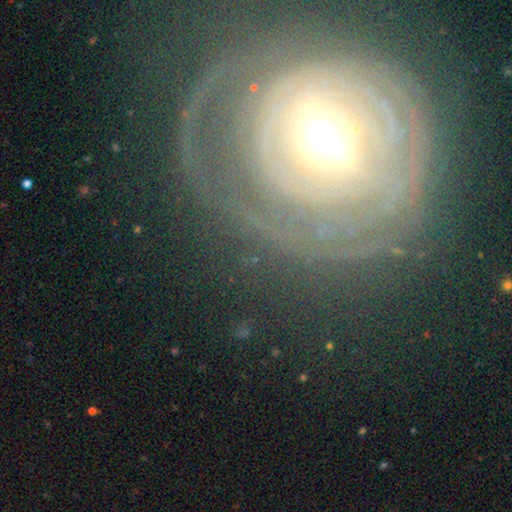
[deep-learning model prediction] This appears to be a featured or disk galaxy (77%) with a strong bar (39%), tight (74%) spiral arms (77%) and a moderate central bulge (58%). Merging: none (75%).